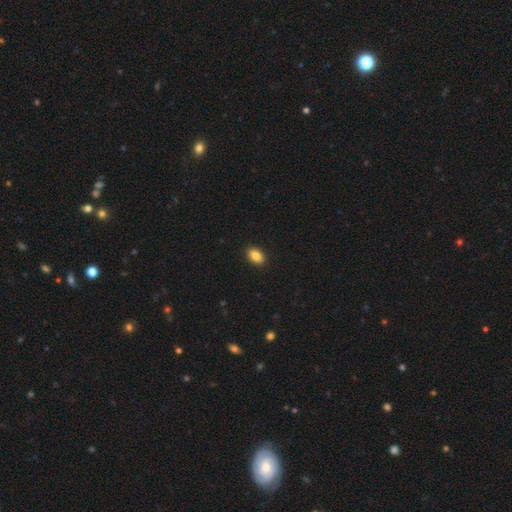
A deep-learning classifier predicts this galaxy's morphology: type=smooth (87%); roundness=in between (86%); merging=none (91%).